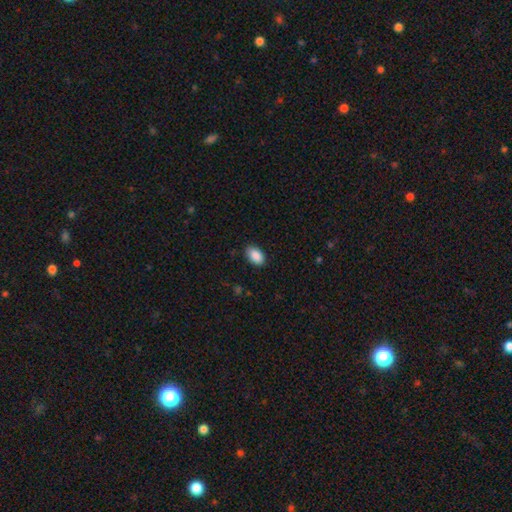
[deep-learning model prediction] Smooth or featured: smooth — 90% (star or artifact — 7%)
How rounded: in between — 93% (round — 6%)
Merging: none — 88% (minor disturbance — 9%)